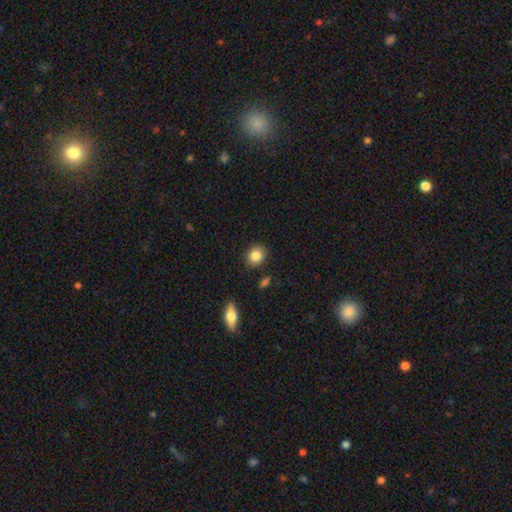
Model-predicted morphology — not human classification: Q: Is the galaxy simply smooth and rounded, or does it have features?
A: smooth — 85%.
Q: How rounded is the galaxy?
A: round — 72%.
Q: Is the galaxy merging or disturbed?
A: none — 87%.